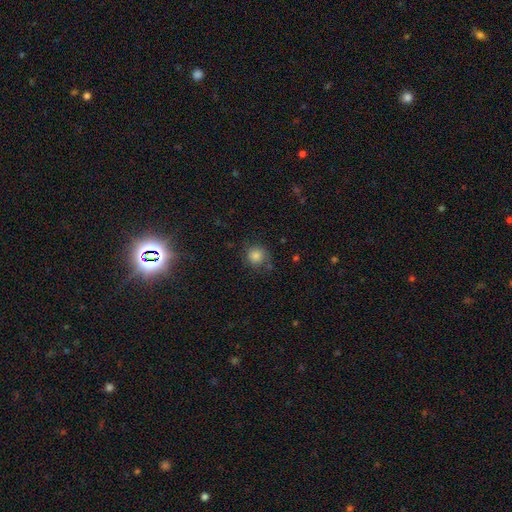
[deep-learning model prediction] Smooth or featured: smooth — 83% (star or artifact — 10%)
How rounded: round — 90% (in between — 9%)
Merging: none — 73% (minor disturbance — 18%)